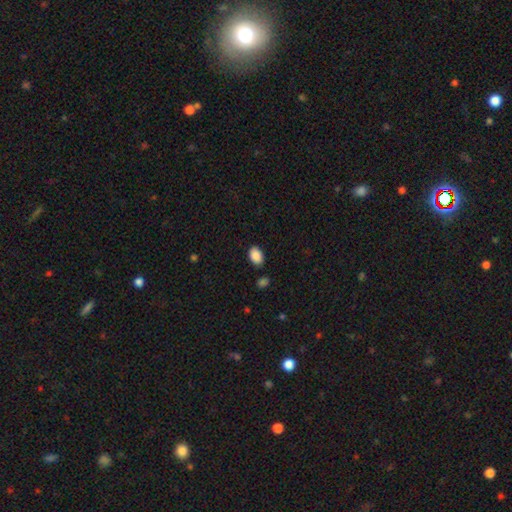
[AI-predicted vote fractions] Morphology: type=smooth (89%); roundness=in between (87%); merging=none (85%).